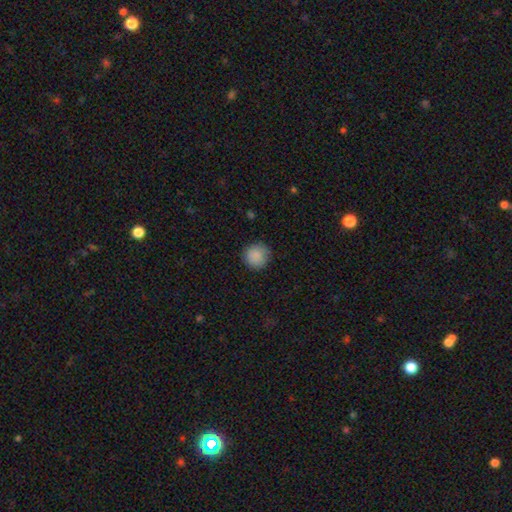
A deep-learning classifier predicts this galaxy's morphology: type=smooth (88%); roundness=round (94%); merging=none (87%).